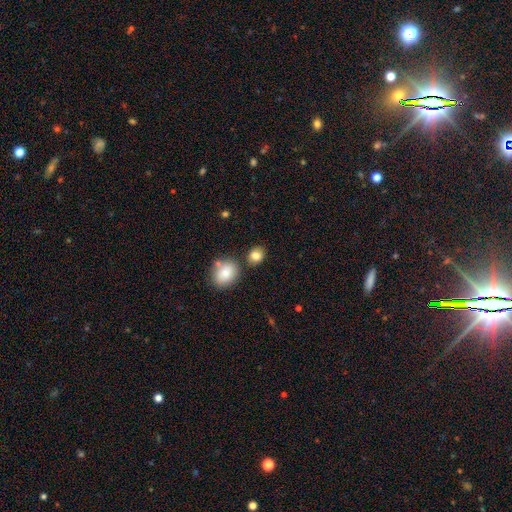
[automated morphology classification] The model was most divided on "how rounded": round: 57%, in between: 42%, cigar-shaped: 1%. More confident: smooth or featured — smooth (84%); merging — none (75%).